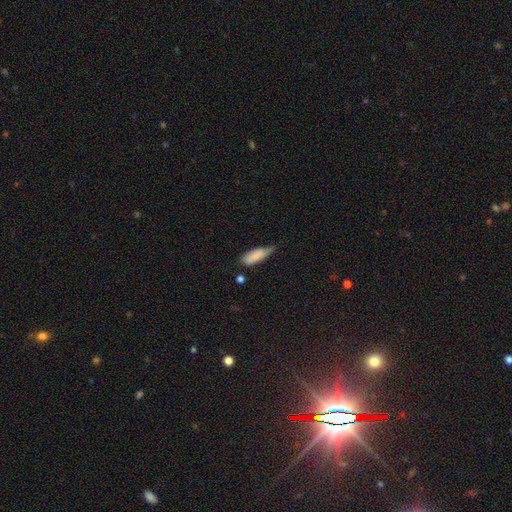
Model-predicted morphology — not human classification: Q: Smooth or featured?
A: smooth (81%); runner-up: featured or disk (13%)
Q: How rounded?
A: in between (66%); runner-up: cigar-shaped (32%)
Q: Merging?
A: minor disturbance (46%); runner-up: none (38%)